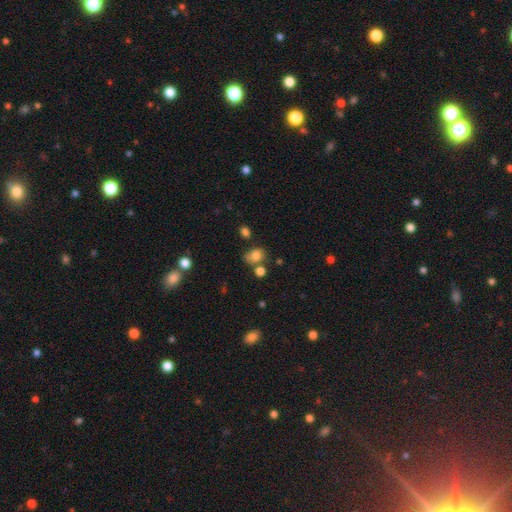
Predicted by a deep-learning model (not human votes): smooth 79%, star or artifact 13%, featured or disk 8%. Down the decision tree: how rounded — in between (50%); merging — none (58%).